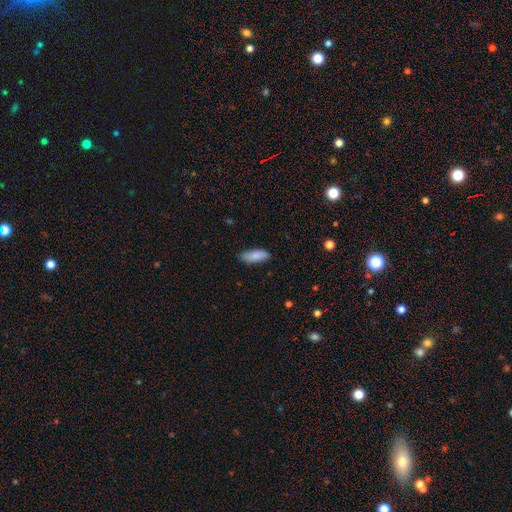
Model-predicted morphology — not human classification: This is clearly a smooth galaxy (85%). How rounded: likely in between (69%). Merging: clearly none (84%).